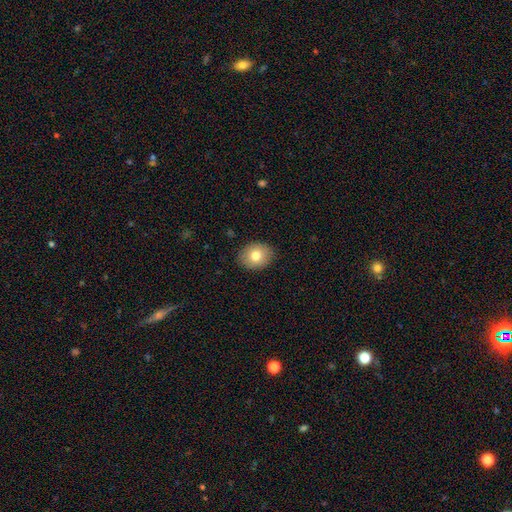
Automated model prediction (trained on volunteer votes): Smooth or featured? smooth (78%)
How rounded? round (54%)
Merging? none (88%)